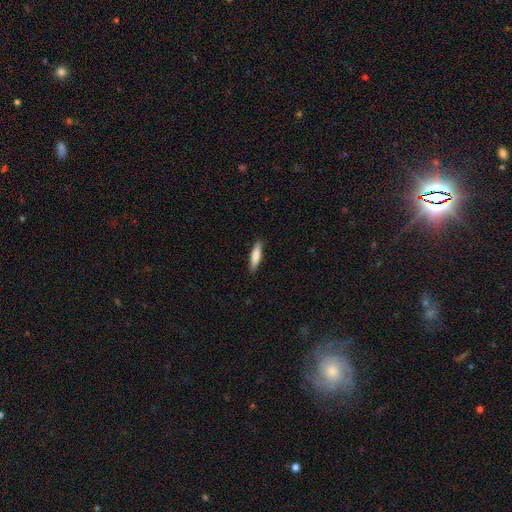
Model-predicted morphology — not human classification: The model was most divided on "how rounded": cigar-shaped: 77%, in between: 22%, round: 1%. More confident: merging — none (87%); smooth or featured — smooth (79%).